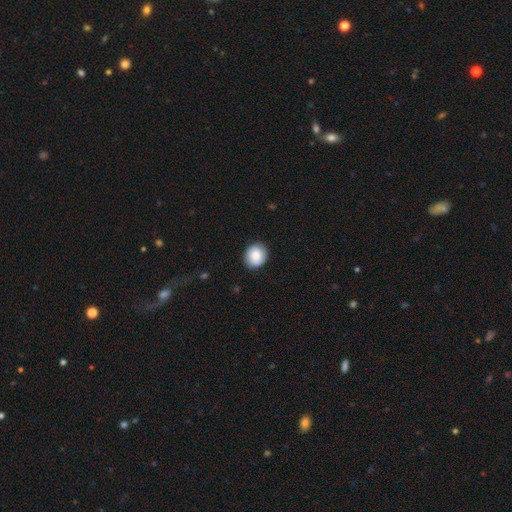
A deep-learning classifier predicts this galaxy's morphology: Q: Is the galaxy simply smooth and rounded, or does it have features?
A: smooth — 85%.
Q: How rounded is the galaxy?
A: round — 80%.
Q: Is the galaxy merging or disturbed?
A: none — 88%.